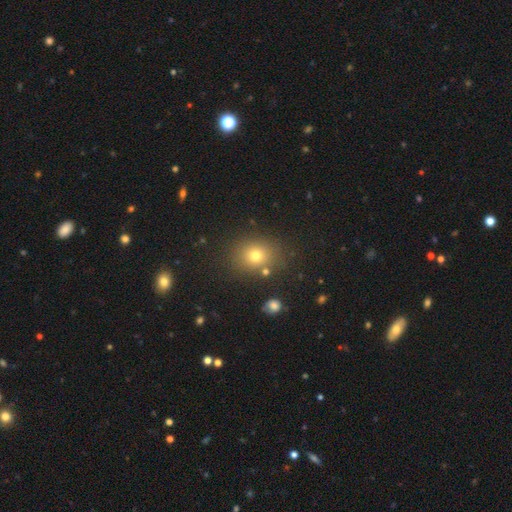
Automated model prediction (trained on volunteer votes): Smooth or featured: smooth — 73% (star or artifact — 17%)
How rounded: round — 62% (in between — 37%)
Merging: none — 80% (minor disturbance — 10%)